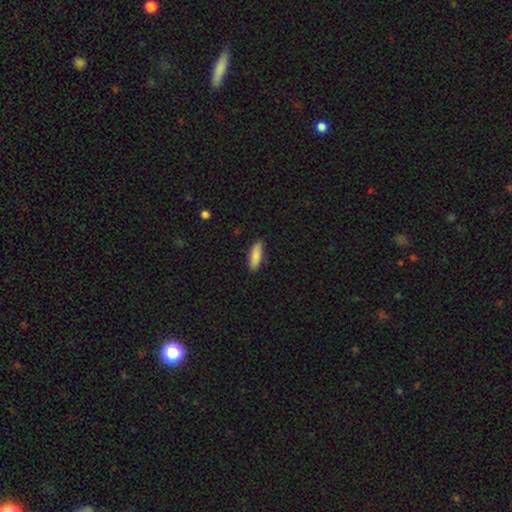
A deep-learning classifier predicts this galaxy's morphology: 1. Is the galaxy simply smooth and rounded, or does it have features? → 86% smooth, 8% featured or disk, 6% star or artifact.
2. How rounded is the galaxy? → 51% in between, 47% cigar-shaped, 2% round.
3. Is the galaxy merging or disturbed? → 86% none, 11% minor disturbance, 2% major disturbance, 1% merger.